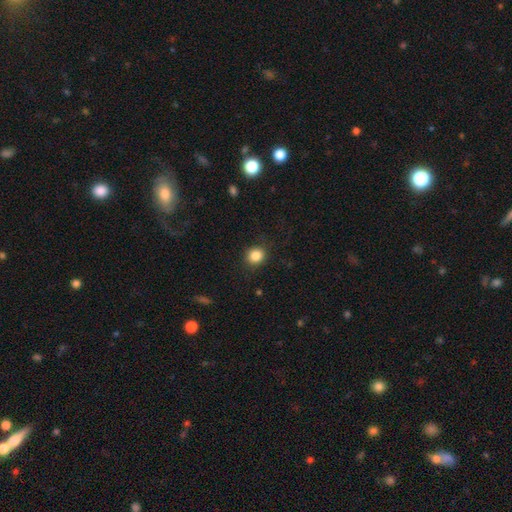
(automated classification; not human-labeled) Smooth or featured? Predicted: smooth (p=0.85). How rounded? Predicted: round (p=0.80). Merging? Predicted: none (p=0.86).